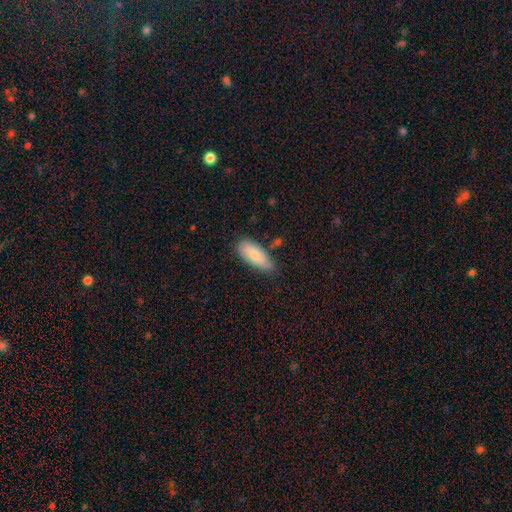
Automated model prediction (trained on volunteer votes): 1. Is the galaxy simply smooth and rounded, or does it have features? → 78% smooth, 15% featured or disk, 6% star or artifact.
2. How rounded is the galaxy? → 84% in between, 14% cigar-shaped, 2% round.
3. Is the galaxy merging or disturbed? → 66% none, 26% minor disturbance, 4% major disturbance, 4% merger.